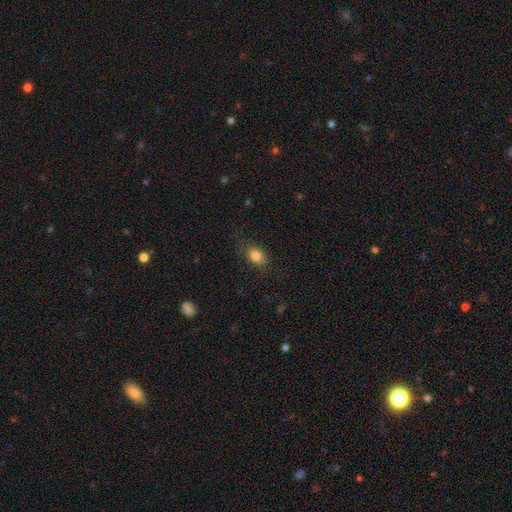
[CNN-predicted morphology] Smooth or featured?
  - smooth: 84% *
  - star or artifact: 10%
  - featured or disk: 6%
How rounded?
  - in between: 71% *
  - round: 27%
  - cigar-shaped: 2%
Merging?
  - none: 78% *
  - minor disturbance: 16%
  - major disturbance: 5%
  - merger: 1%